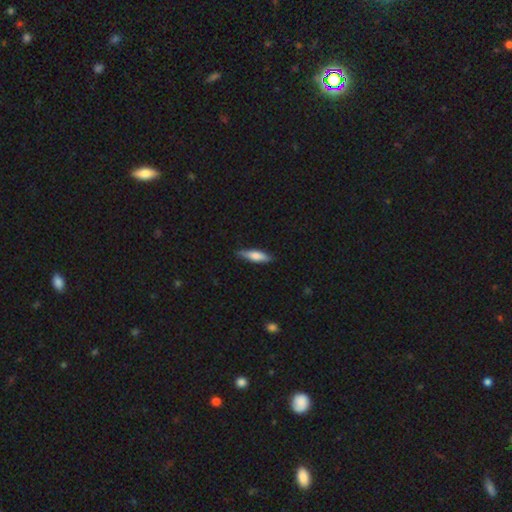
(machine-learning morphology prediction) type=smooth (69%); roundness=cigar-shaped (66%); merging=none (83%).